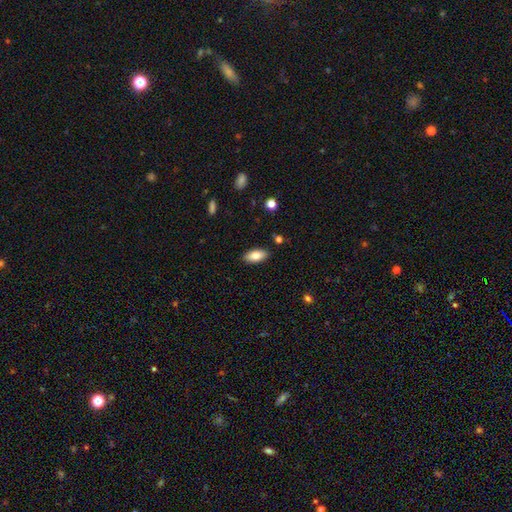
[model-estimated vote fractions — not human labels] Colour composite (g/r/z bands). It shows a smooth galaxy with no disk features (81%) that is in between round and cigar-shaped (89%). Merging: none (87%).